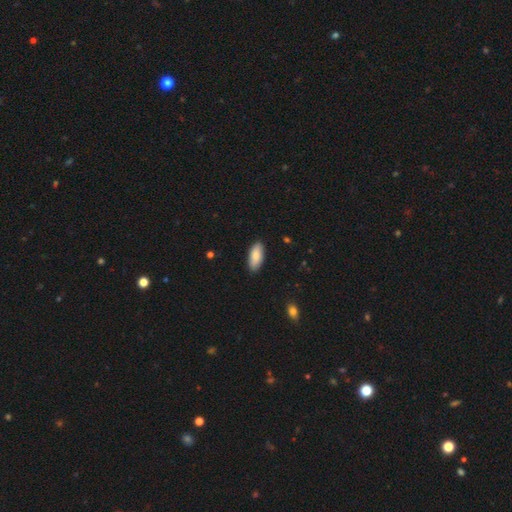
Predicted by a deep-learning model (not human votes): Q: Smooth or featured?
A: smooth (87%); runner-up: featured or disk (8%)
Q: How rounded?
A: in between (86%); runner-up: cigar-shaped (13%)
Q: Merging?
A: none (87%); runner-up: minor disturbance (10%)